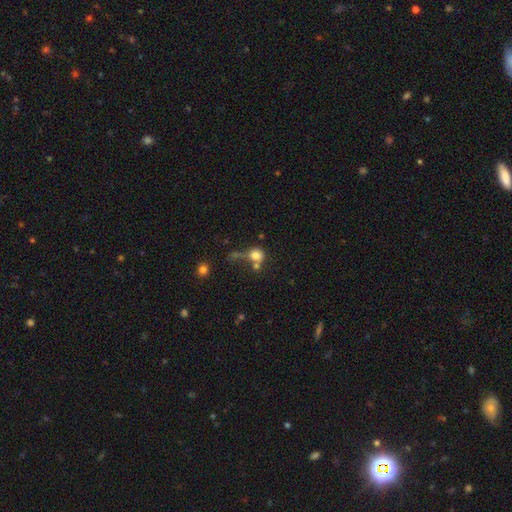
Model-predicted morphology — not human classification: This appears to be a smooth galaxy with no disk features (77%) that is round (84%). Merging: none (40%).